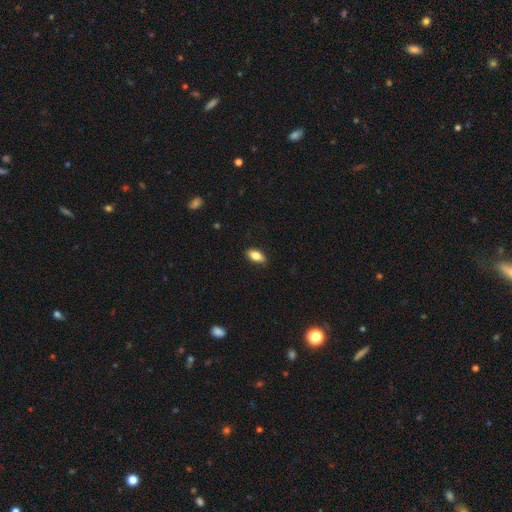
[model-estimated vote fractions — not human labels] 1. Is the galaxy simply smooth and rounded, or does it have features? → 79% smooth, 13% featured or disk, 7% star or artifact.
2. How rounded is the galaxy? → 88% in between, 8% cigar-shaped, 4% round.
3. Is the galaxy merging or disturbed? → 87% none, 10% minor disturbance, 2% major disturbance, 1% merger.